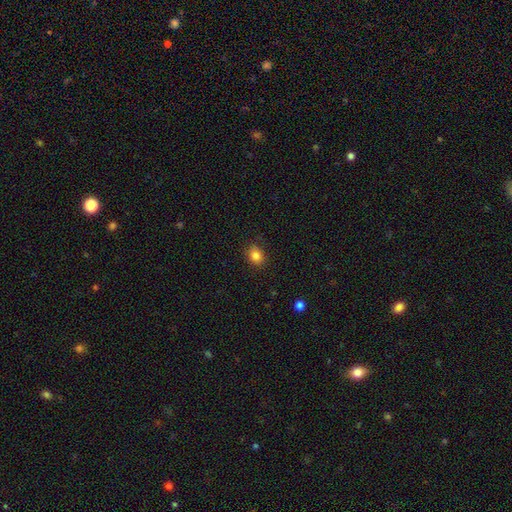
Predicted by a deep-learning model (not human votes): Smooth or featured? smooth (83%)
How rounded? round (56%)
Merging? none (86%)